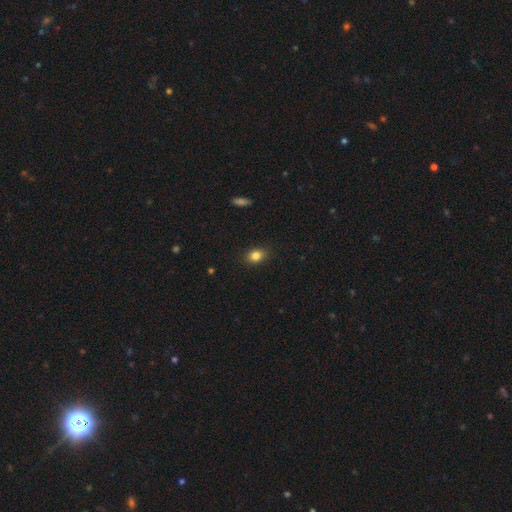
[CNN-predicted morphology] A smooth galaxy with no disk features (83%) that is in between round and cigar-shaped (55%). Merging: none (88%).